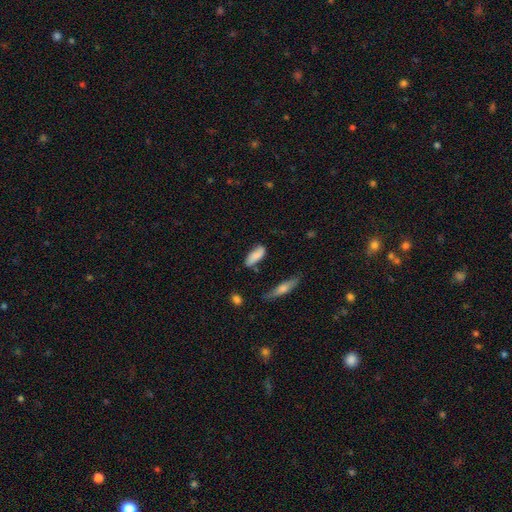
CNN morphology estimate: Smooth or featured? Predicted: smooth (p=0.79). How rounded? Predicted: in between (p=0.75). Merging? Predicted: none (p=0.68).